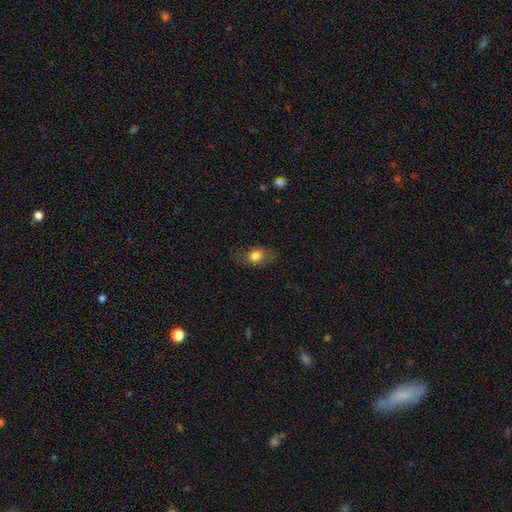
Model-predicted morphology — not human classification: The model was most divided on "how rounded": in between: 75%, round: 22%, cigar-shaped: 4%. More confident: smooth or featured — smooth (76%); merging — none (75%).